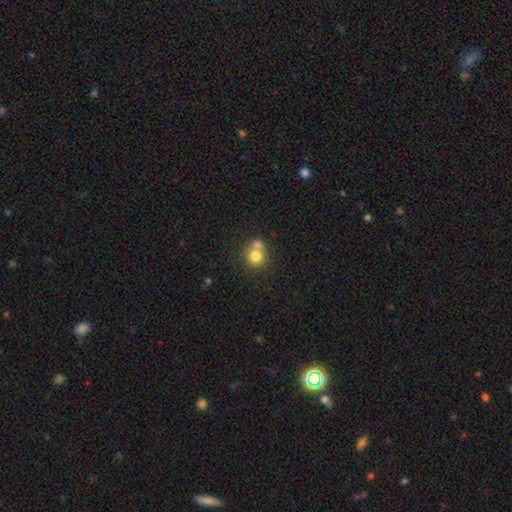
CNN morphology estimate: smooth_or_featured: smooth (p=0.75) [alt: featured or disk p=0.14]
how_rounded: round (p=0.86) [alt: in between p=0.13]
merging: none (p=0.45) [alt: merger p=0.43]